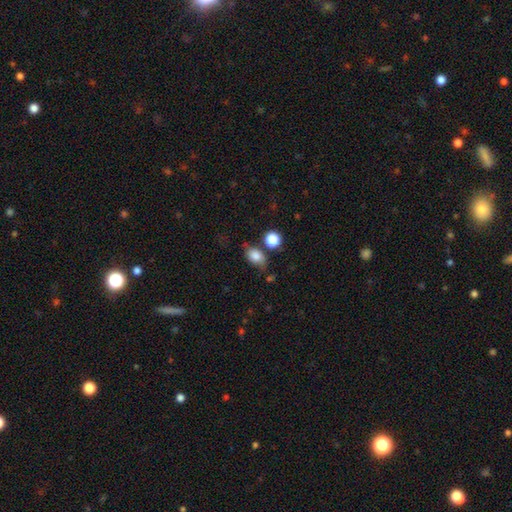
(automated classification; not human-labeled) Smooth or featured?
  - smooth: 81% *
  - star or artifact: 10%
  - featured or disk: 9%
How rounded?
  - in between: 77% *
  - round: 21%
  - cigar-shaped: 2%
Merging?
  - none: 63% *
  - minor disturbance: 21%
  - merger: 9%
  - major disturbance: 7%